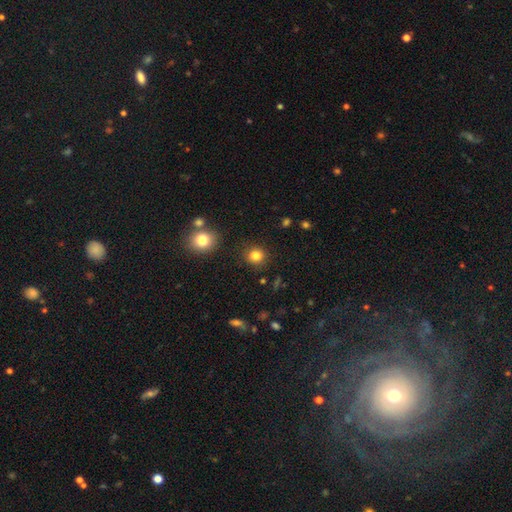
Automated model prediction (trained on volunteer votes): Smooth or featured? Predicted: smooth (p=0.84). How rounded? Predicted: round (p=0.88). Merging? Predicted: none (p=0.88).